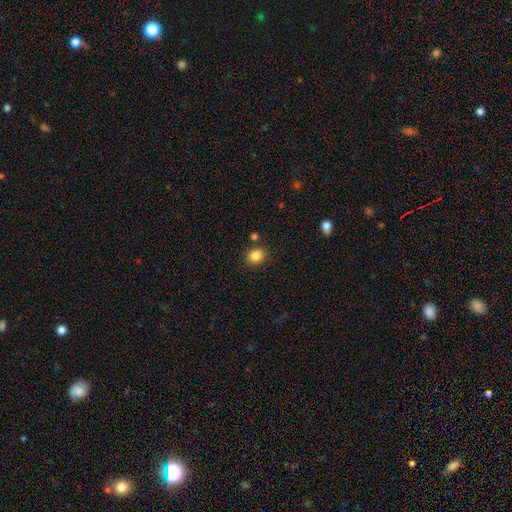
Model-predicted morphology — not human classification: A smooth galaxy with no disk features (86%) that is round (70%).

Vote fractions:
- Smooth or featured? smooth: 86% / star or artifact: 10% / featured or disk: 4%
- How rounded? round: 70% / in between: 29% / cigar-shaped: 1%
- Merging? none: 85% / minor disturbance: 8% / merger: 4% / major disturbance: 3%